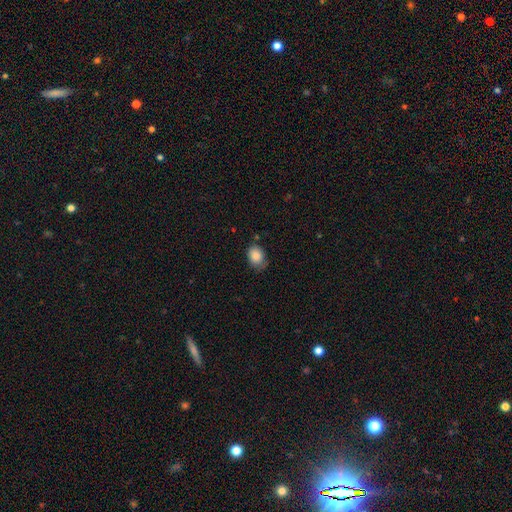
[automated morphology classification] Overall: smooth (86%). How rounded: in between (69%; round 30%). Merging: none (63%; minor disturbance 29%).